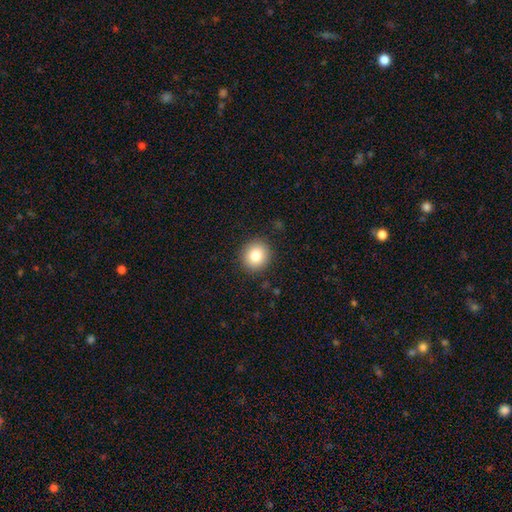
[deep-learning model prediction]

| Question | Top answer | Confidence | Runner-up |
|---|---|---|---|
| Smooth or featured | smooth | 83% | star or artifact (10%) |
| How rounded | round | 90% | in between (9%) |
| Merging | none | 90% | minor disturbance (7%) |